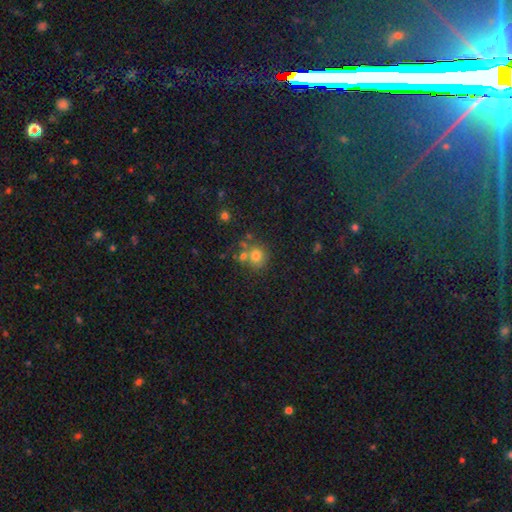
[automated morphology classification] Smooth or featured: smooth — 72% (star or artifact — 16%)
How rounded: round — 85% (in between — 14%)
Merging: none — 60% (merger — 25%)